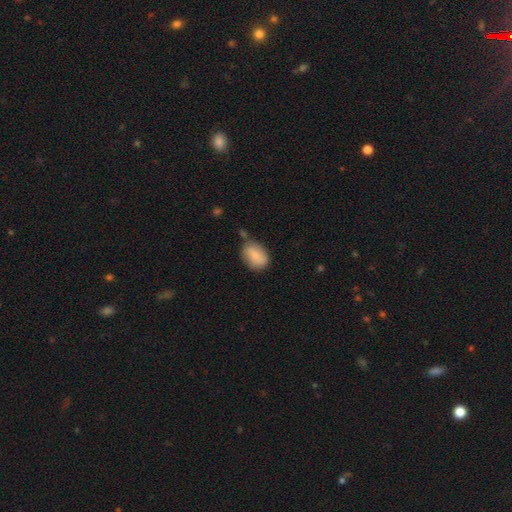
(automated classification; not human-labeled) smooth_or_featured: smooth (p=0.81) [alt: featured or disk p=0.12]
how_rounded: in between (p=0.82) [alt: round p=0.17]
merging: none (p=0.67) [alt: minor disturbance p=0.22]